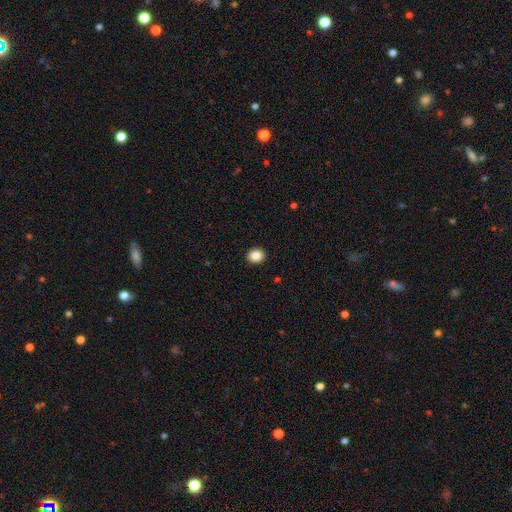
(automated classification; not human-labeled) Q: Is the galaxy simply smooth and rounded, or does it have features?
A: smooth — 86%.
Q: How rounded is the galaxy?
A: round — 75%.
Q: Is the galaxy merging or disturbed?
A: none — 93%.